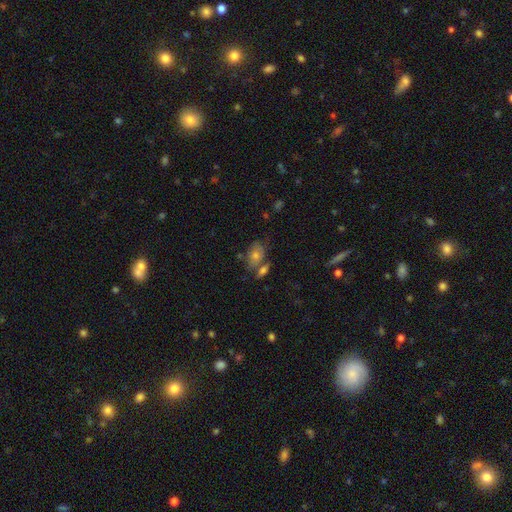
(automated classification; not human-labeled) Overall: smooth (48%; featured or disk 35%). Merging: none (53%; merger 23%).